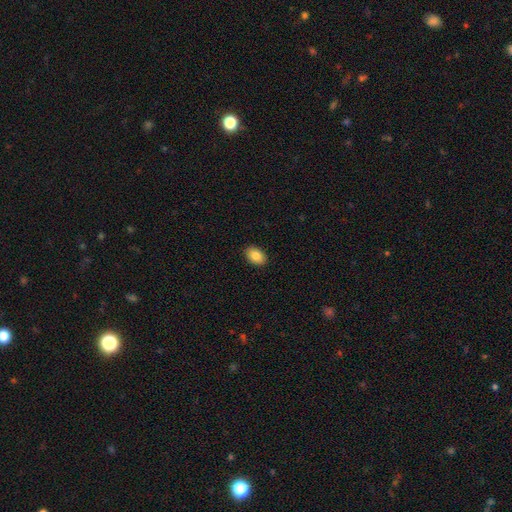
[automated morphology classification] Smooth or featured? smooth (85%)
How rounded? in between (86%)
Merging? none (90%)